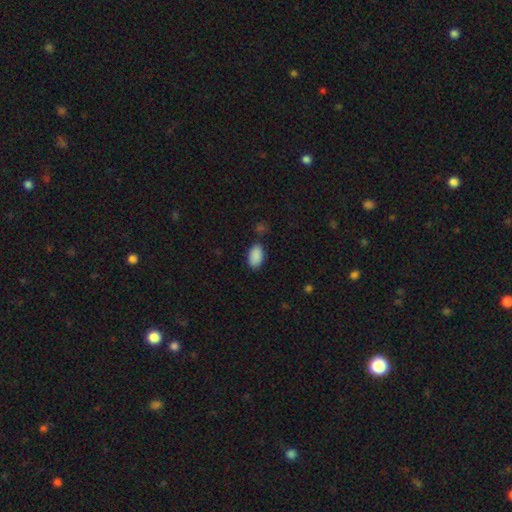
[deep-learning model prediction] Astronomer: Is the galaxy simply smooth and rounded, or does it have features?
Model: smooth — 89%.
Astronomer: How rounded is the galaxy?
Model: in between — 94%.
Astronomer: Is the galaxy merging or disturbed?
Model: none — 80%.